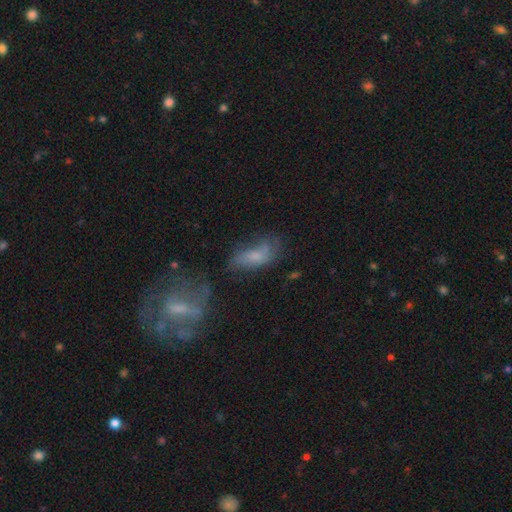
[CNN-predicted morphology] This appears to be a smooth galaxy with no disk features (53%) that is in between round and cigar-shaped (82%). Merging: none (39%).